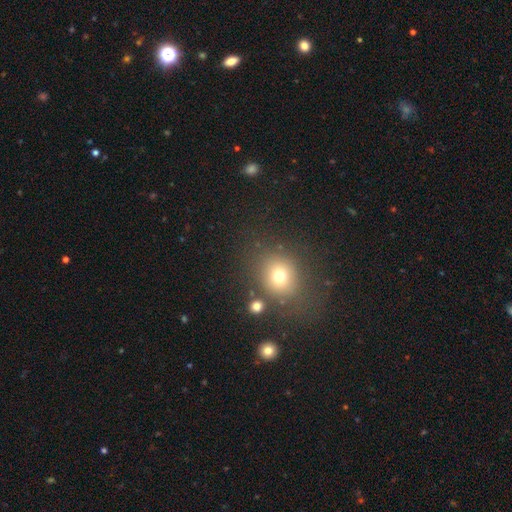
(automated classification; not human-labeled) A smooth galaxy with no disk features (62%) that is round (60%). Merging: none (83%).